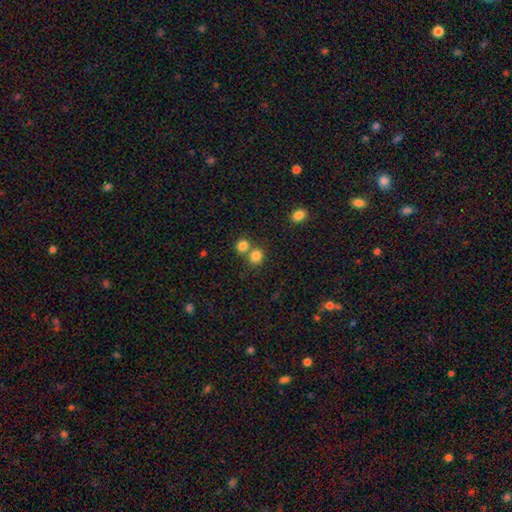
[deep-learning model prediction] Smooth or featured?
  - smooth: 82% *
  - star or artifact: 12%
  - featured or disk: 6%
How rounded?
  - round: 79% *
  - in between: 20%
  - cigar-shaped: 1%
Merging?
  - none: 55% *
  - merger: 35%
  - minor disturbance: 7%
  - major disturbance: 3%